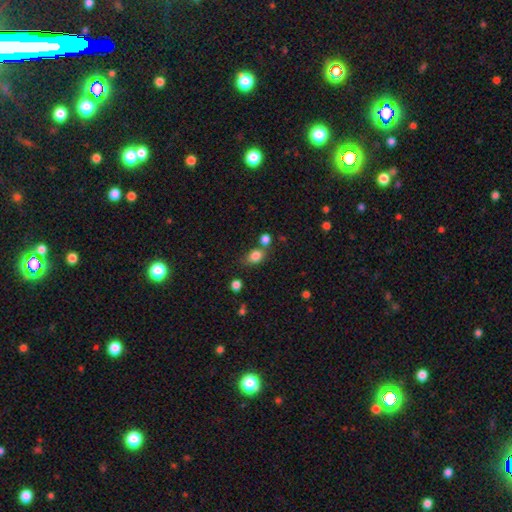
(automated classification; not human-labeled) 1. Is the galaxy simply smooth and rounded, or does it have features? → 82% smooth, 11% star or artifact, 7% featured or disk.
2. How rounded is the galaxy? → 65% in between, 33% round, 2% cigar-shaped.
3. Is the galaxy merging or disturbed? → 57% none, 21% merger, 17% minor disturbance, 6% major disturbance.